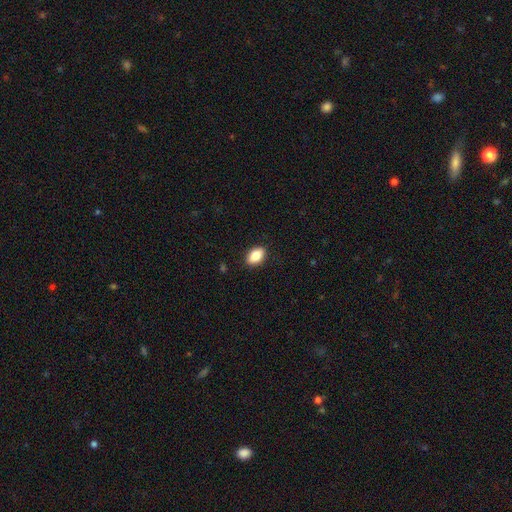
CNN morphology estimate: smooth-or-featured: smooth: 85% | star or artifact: 7% | featured or disk: 7%
  how-rounded: in between: 89% | round: 9% | cigar-shaped: 2%
  merging: none: 88% | minor disturbance: 9% | major disturbance: 2% | merger: 1%